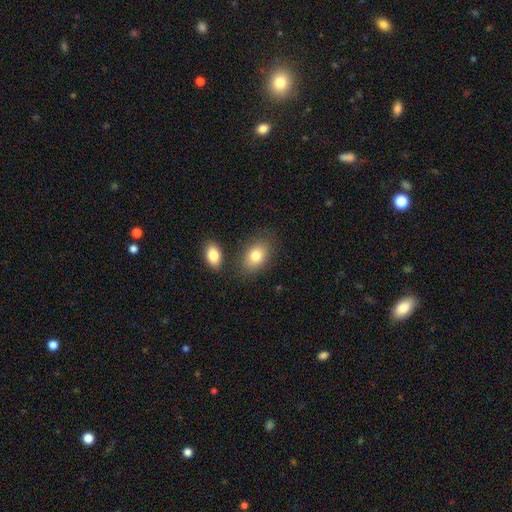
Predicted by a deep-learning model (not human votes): The model was most divided on "merging": none: 74%, minor disturbance: 13%, merger: 10%, major disturbance: 4%. More confident: how rounded — in between (84%); smooth or featured — smooth (81%).